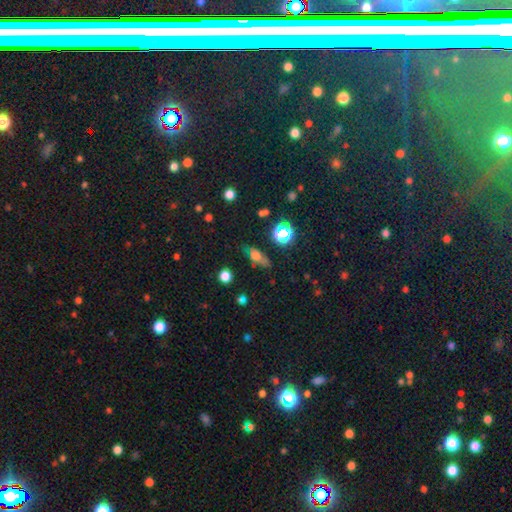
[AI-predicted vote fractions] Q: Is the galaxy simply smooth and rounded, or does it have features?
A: smooth — 58%.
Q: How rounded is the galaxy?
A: in between — 55%.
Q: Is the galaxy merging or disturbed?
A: none — 68%.